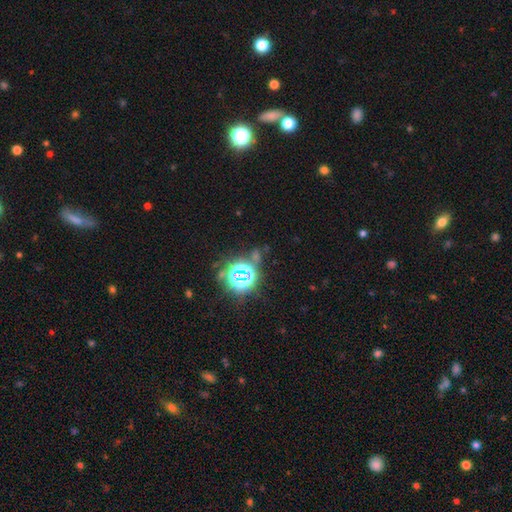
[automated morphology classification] smooth-or-featured: star or artifact: 79% | smooth: 13% | featured or disk: 8%